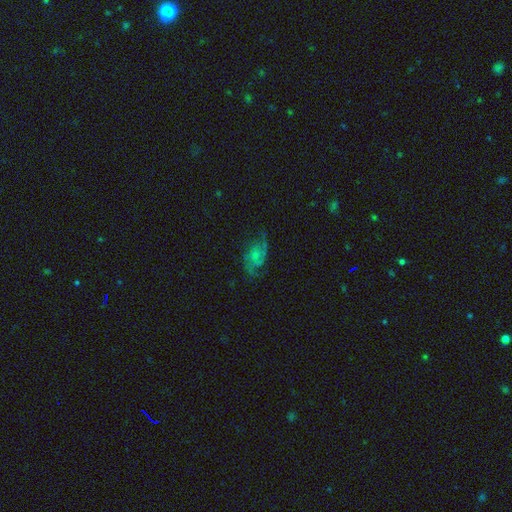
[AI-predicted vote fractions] Smooth or featured?
  - featured or disk: 72% *
  - smooth: 19%
  - star or artifact: 9%
Edge-on disk?
  - no: 97% *
  - yes: 3%
Bar?
  - no: 66% *
  - weak: 29%
  - strong: 5%
Spiral arms?
  - yes: 91% *
  - no: 9%
Spiral winding?
  - medium: 45% *
  - loose: 37%
  - tight: 18%
Spiral arm count?
  - 2: 65% *
  - can't tell: 13%
  - 3: 11%
  - 1: 4%
  - 4: 3%
  - more than 4: 3%
Bulge size?
  - small: 51% *
  - none: 25%
  - moderate: 20%
  - large: 3%
  - dominant: 1%
Merging?
  - none: 62% *
  - minor disturbance: 20%
  - major disturbance: 16%
  - merger: 2%